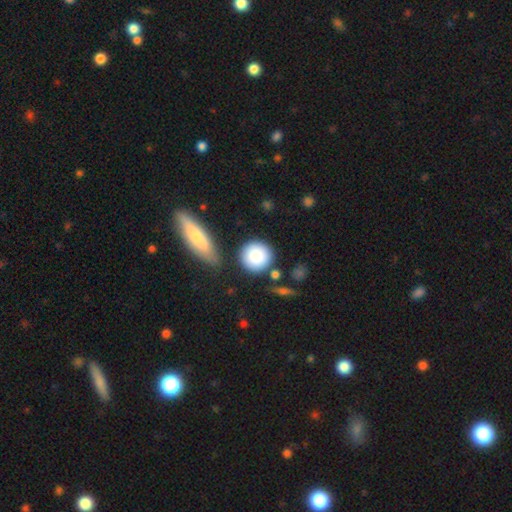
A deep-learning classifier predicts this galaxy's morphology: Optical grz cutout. It shows a smooth galaxy with no disk features (85%) that is round (91%). Merging: none (77%).